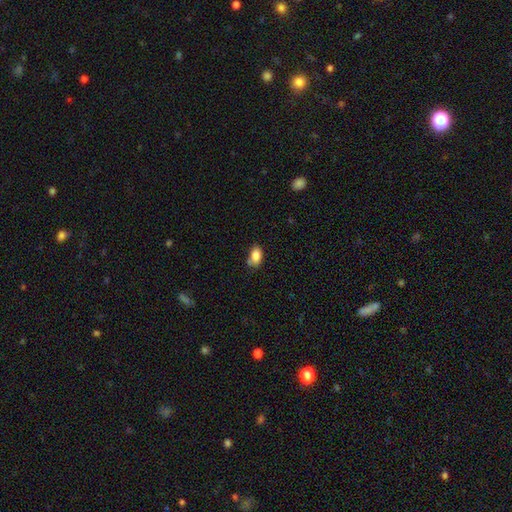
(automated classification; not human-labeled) smooth 84%, star or artifact 9%, featured or disk 7%. Down the decision tree: how rounded — in between (87%); merging — none (62%).